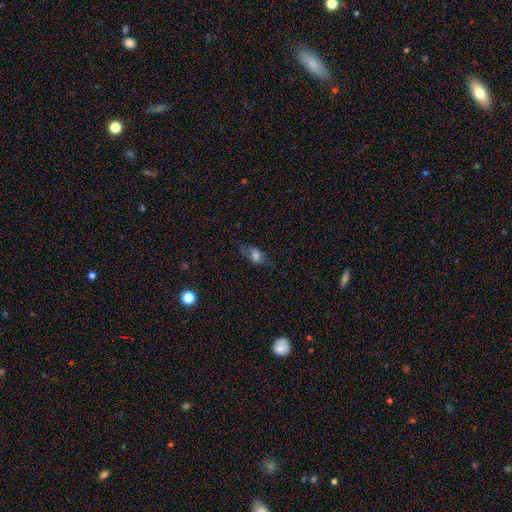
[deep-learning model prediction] This appears to be a smooth galaxy with no disk features (57%) that is in between round and cigar-shaped (79%). Merging: none (68%).